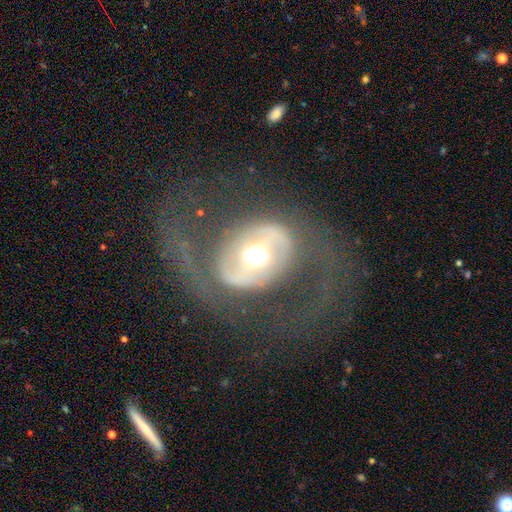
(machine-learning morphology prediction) Smooth or featured?
  - featured or disk: 72% *
  - smooth: 21%
  - star or artifact: 7%
Edge-on disk?
  - no: 94% *
  - yes: 6%
Bar?
  - no: 43% *
  - strong: 30%
  - weak: 27%
Spiral arms?
  - yes: 55% *
  - no: 45%
Bulge size?
  - moderate: 56% *
  - large: 32%
  - dominant: 7%
  - small: 4%
  - none: 1%
Merging?
  - none: 63% *
  - major disturbance: 23%
  - minor disturbance: 13%
  - merger: 2%